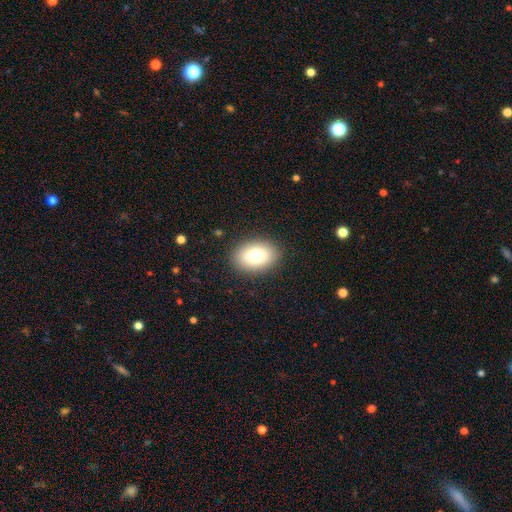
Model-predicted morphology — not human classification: Smooth or featured? Predicted: smooth (p=0.77). How rounded? Predicted: in between (p=0.78). Merging? Predicted: none (p=0.88).